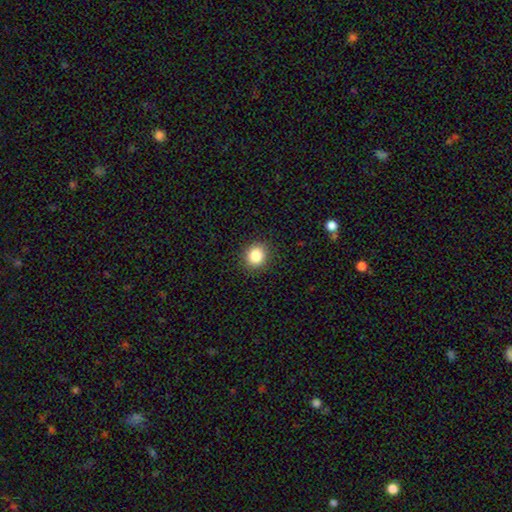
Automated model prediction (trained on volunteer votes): Smooth or featured? Predicted: smooth (p=0.85). How rounded? Predicted: round (p=0.84). Merging? Predicted: none (p=0.90).